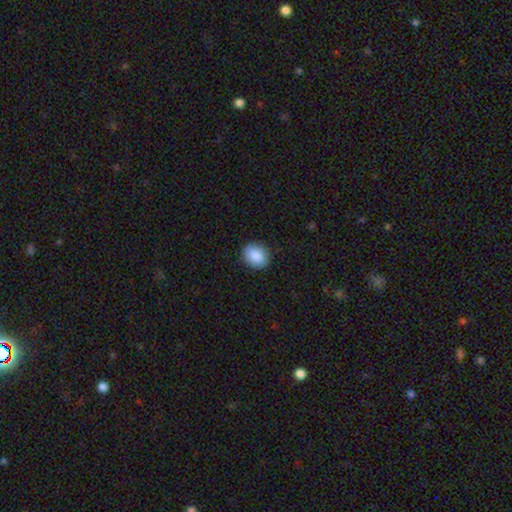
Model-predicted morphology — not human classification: smooth 88%, star or artifact 7%, featured or disk 4%. Down the decision tree: how rounded — round (50%); merging — none (89%).